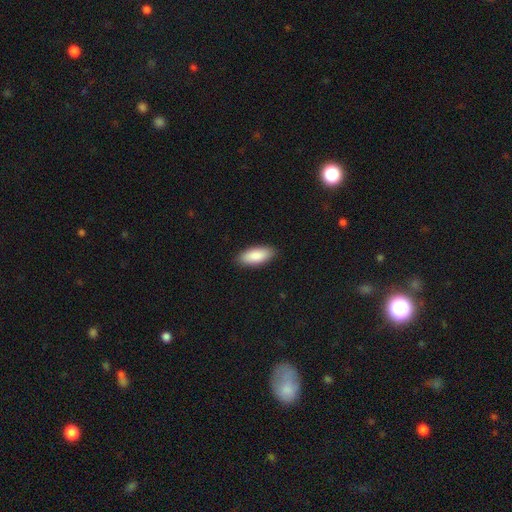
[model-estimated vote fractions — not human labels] smooth-or-featured: smooth: 89% | featured or disk: 6% | star or artifact: 5%
  how-rounded: in between: 86% | cigar-shaped: 12% | round: 2%
  merging: none: 89% | minor disturbance: 8% | major disturbance: 2% | merger: 1%